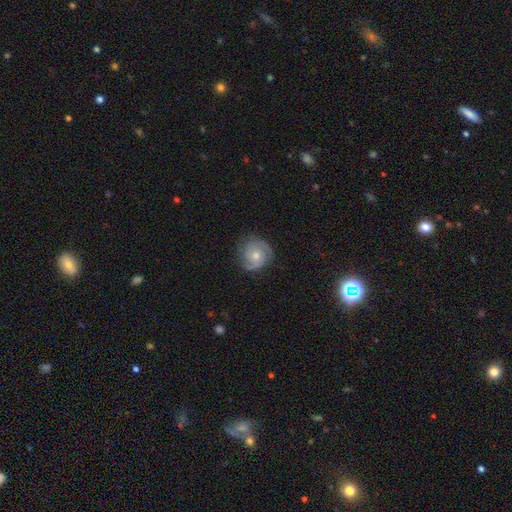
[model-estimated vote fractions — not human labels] A featured or disk galaxy (77%) with no bar (76%), 2 (57%) tight (59%) spiral arms (95%) and a moderate central bulge (55%).

Vote fractions:
- Smooth or featured? featured or disk: 77% / smooth: 15% / star or artifact: 8%
- Edge-on disk? no: 98% / yes: 2%
- Bar? no: 76% / weak: 21% / strong: 4%
- Spiral arms? yes: 95% / no: 5%
- Spiral winding? tight: 59% / medium: 34% / loose: 8%
- Spiral arm count? 2: 57% / 3: 20% / can't tell: 13% / 1: 4% / 4: 3% / more than 4: 3%
- Bulge size? moderate: 55% / small: 41% / large: 2% / none: 1% / dominant: 1%
- Merging? none: 81% / minor disturbance: 14% / major disturbance: 4% / merger: 1%